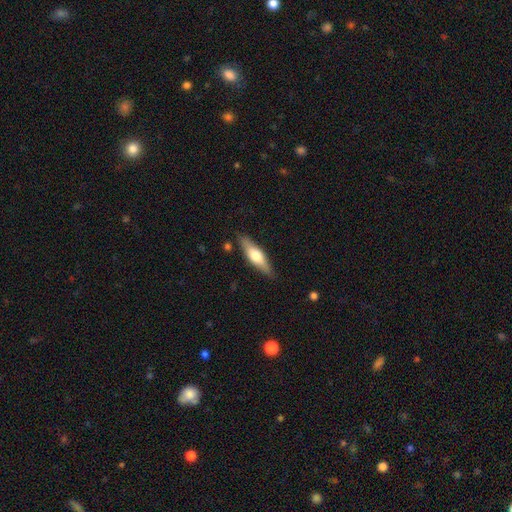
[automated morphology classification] smooth 49%, featured or disk 46%, star or artifact 5%. Down the decision tree: merging — none (84%).